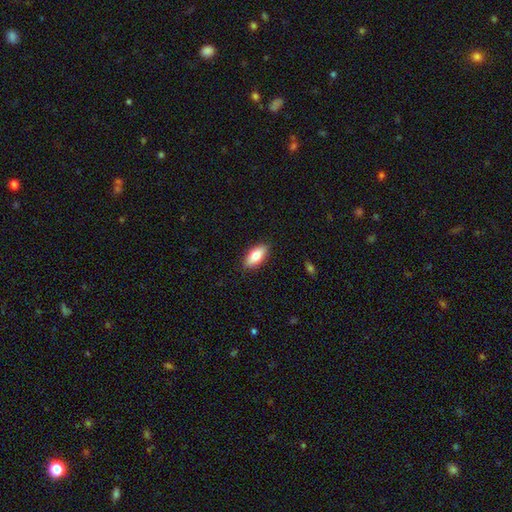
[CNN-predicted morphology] A smooth galaxy with no disk features (77%) that is in between round and cigar-shaped (85%). Merging: none (88%).